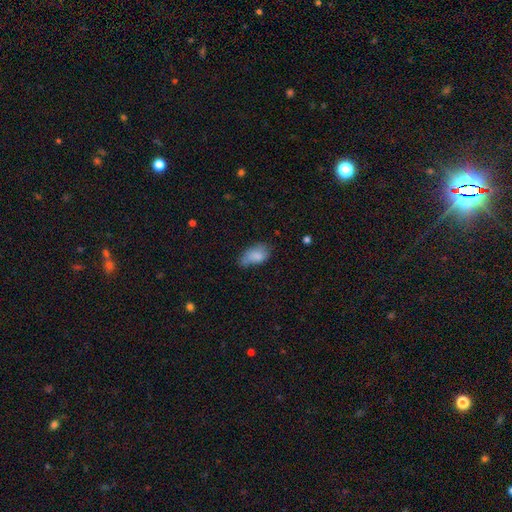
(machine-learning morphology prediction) smooth-or-featured: smooth: 81% | featured or disk: 11% | star or artifact: 8%
  how-rounded: in between: 91% | round: 6% | cigar-shaped: 2%
  merging: none: 43% | minor disturbance: 38% | major disturbance: 13% | merger: 6%